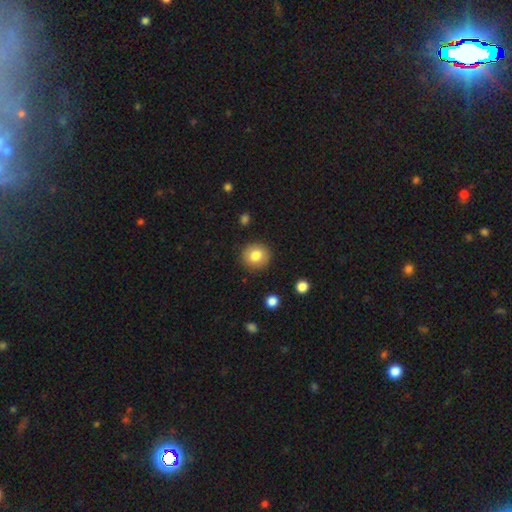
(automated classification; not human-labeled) A smooth galaxy with no disk features (81%) that is round (90%). Merging: none (89%).